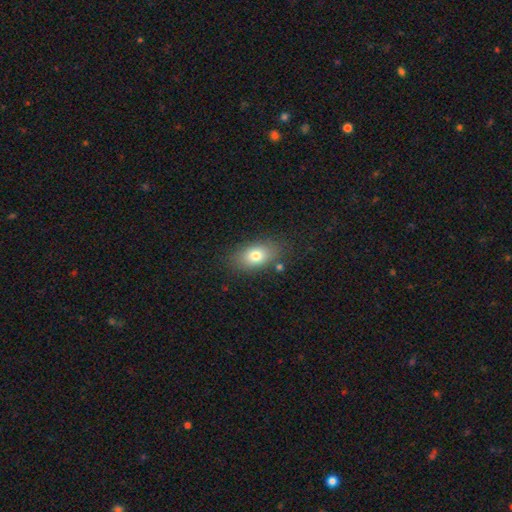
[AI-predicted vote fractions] Morphology: type=smooth (77%); roundness=in between (85%); merging=none (80%).